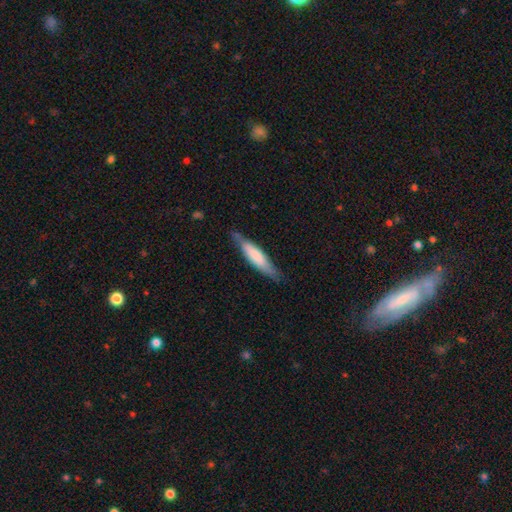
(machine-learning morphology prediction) Smooth or featured? smooth (63%)
How rounded? cigar-shaped (79%)
Merging? none (78%)